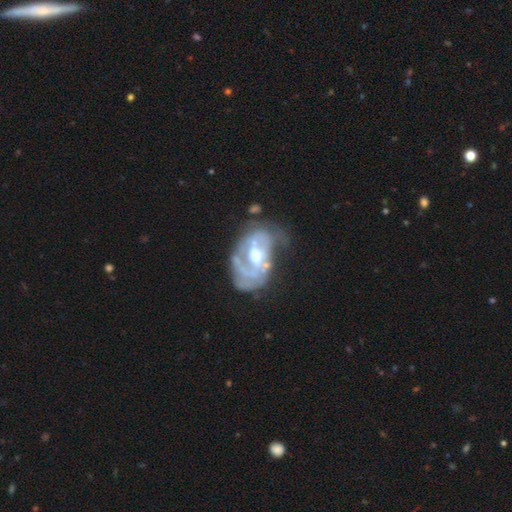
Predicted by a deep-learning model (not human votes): Smooth or featured? featured or disk (81%)
Edge-on disk? no (97%)
Bar? no (45%)
Spiral arms? yes (71%)
Spiral winding? tight (47%)
Spiral arm count? can't tell (39%)
Bulge size? moderate (71%)
Merging? none (38%)